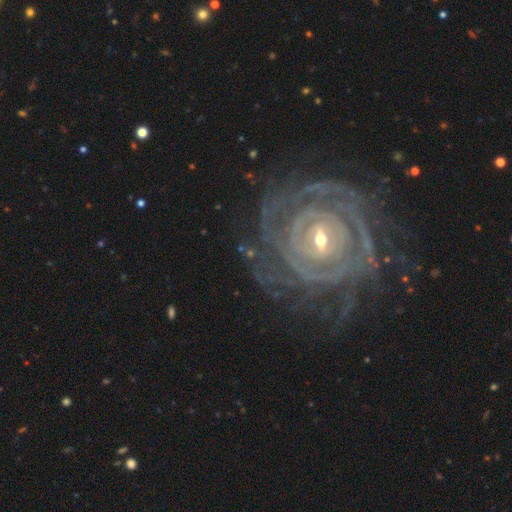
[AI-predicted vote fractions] Smooth or featured: featured or disk — 88% (star or artifact — 7%)
Edge-on disk: no — 97% (yes — 3%)
Bar: weak — 40% (strong — 35%)
Spiral arms: yes — 94% (no — 6%)
Spiral winding: tight — 84% (medium — 13%)
Spiral arm count: can't tell — 32% (4 — 17%)
Bulge size: small — 62% (moderate — 33%)
Merging: none — 72% (minor disturbance — 15%)